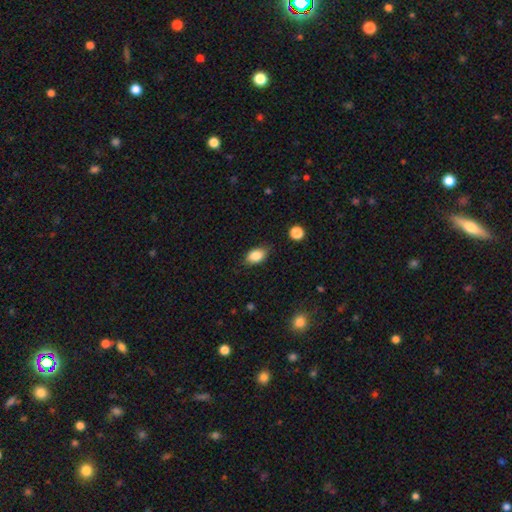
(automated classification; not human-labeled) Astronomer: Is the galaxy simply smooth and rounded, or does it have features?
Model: smooth — 85%.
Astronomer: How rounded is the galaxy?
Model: in between — 86%.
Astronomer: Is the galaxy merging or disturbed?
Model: none — 80%.